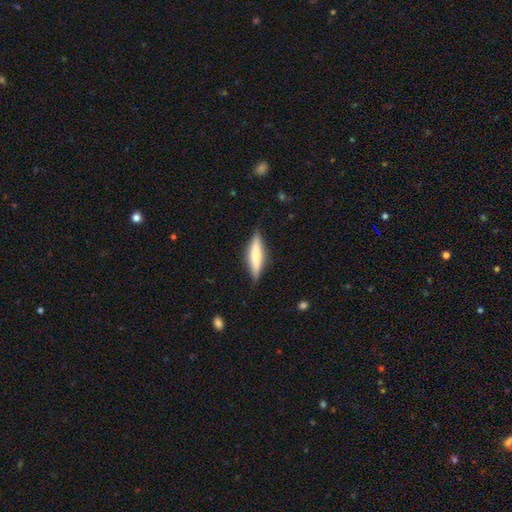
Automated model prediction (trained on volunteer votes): smooth_or_featured: smooth (p=0.54) [alt: featured or disk p=0.40]
how_rounded: cigar-shaped (p=0.79) [alt: in between p=0.19]
merging: none (p=0.85) [alt: minor disturbance p=0.12]